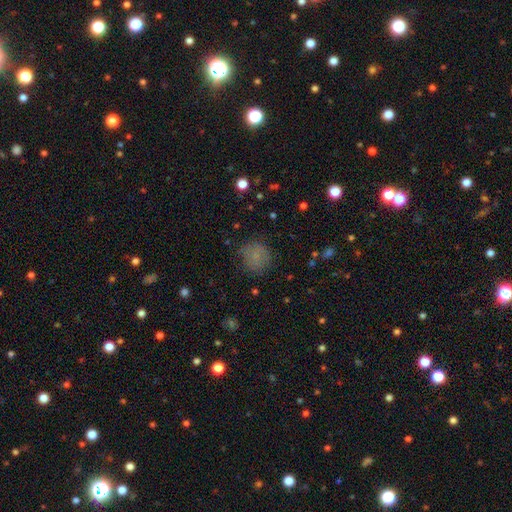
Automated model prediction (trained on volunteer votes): Morphology: type=smooth (73%); roundness=round (85%); merging=none (74%).